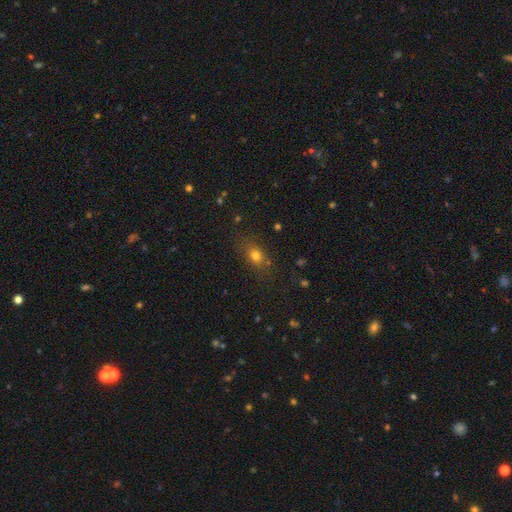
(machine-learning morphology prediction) This appears to be a smooth galaxy with no disk features (74%) that is in between round and cigar-shaped (62%). Merging: none (77%).